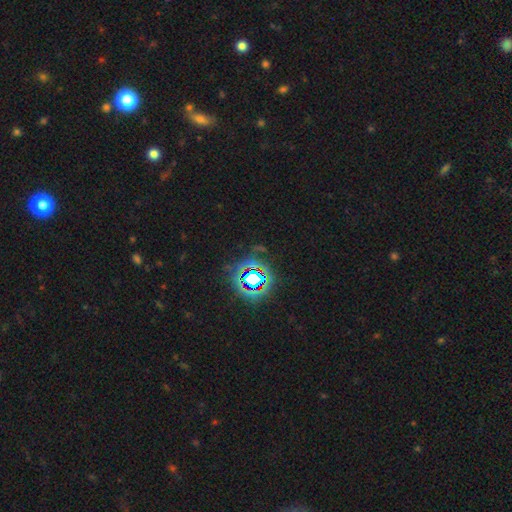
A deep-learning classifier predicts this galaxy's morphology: type=star or artifact (78%).